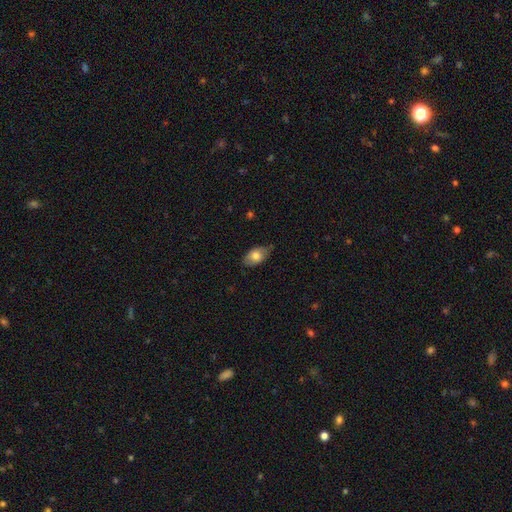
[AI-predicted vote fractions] This is likely a smooth galaxy (74%). How rounded: clearly in between (92%). Merging: likely none (75%).